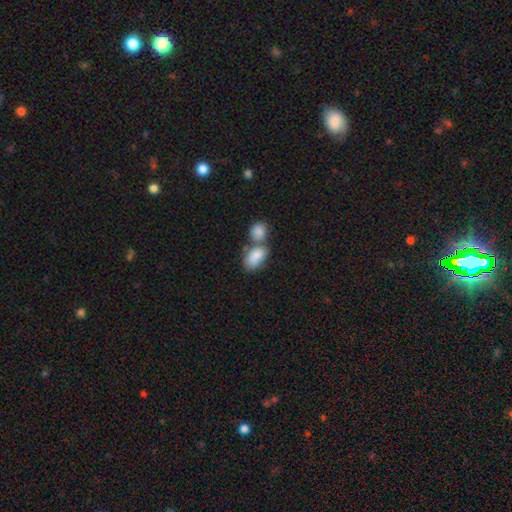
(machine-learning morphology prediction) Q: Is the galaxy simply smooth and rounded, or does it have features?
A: smooth — 84%.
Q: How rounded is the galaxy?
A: in between — 89%.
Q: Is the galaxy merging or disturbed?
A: merger — 56%.